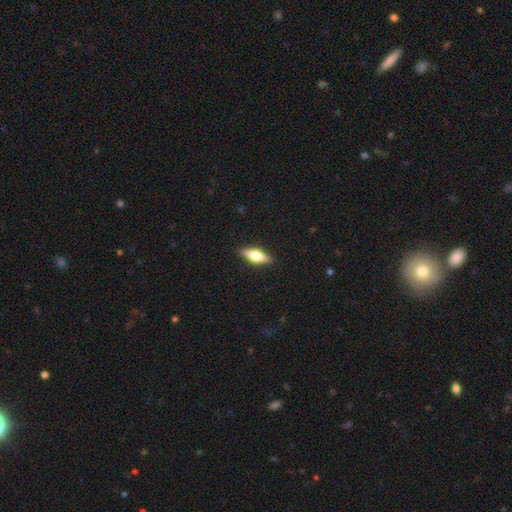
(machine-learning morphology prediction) Q: Smooth or featured?
A: featured or disk (48%); runner-up: smooth (45%)
Q: Merging?
A: none (89%); runner-up: minor disturbance (8%)